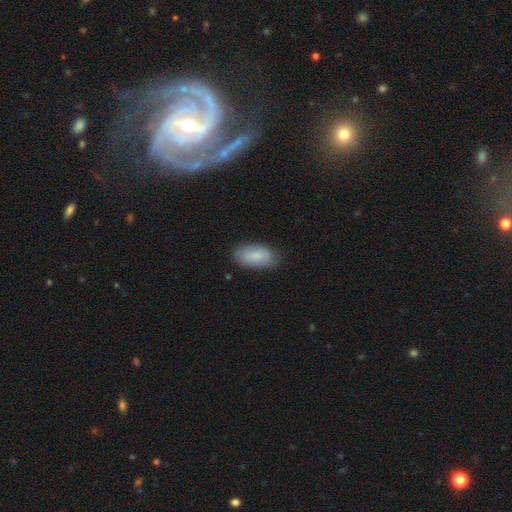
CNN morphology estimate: Smooth or featured? smooth (81%)
How rounded? in between (90%)
Merging? none (82%)